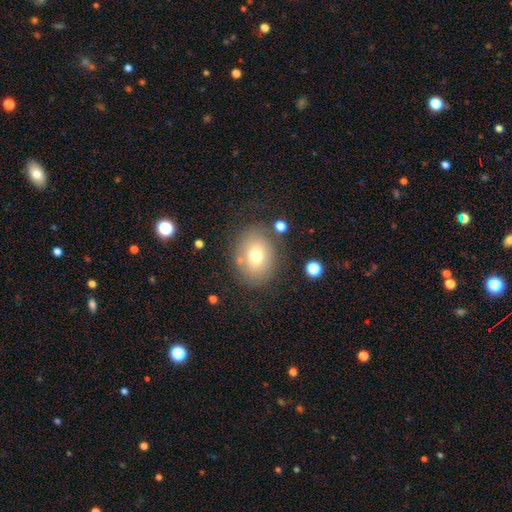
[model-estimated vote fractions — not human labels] Smooth or featured?
  - smooth: 69% *
  - featured or disk: 19%
  - star or artifact: 12%
How rounded?
  - round: 51% *
  - in between: 48%
  - cigar-shaped: 1%
Merging?
  - none: 73% *
  - minor disturbance: 15%
  - major disturbance: 7%
  - merger: 5%